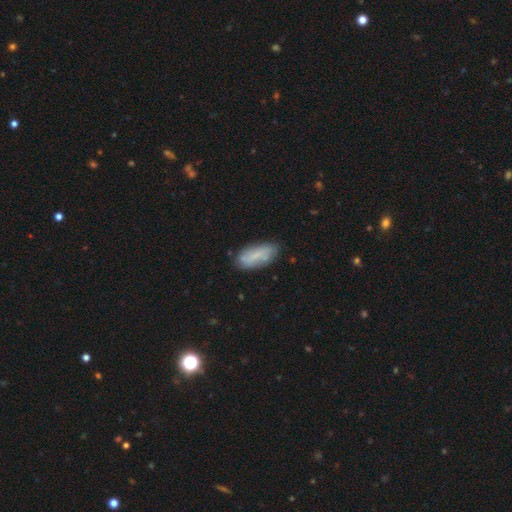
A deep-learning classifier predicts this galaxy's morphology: This is likely a smooth galaxy (66%). How rounded: clearly in between (83%). Merging: likely none (73%).